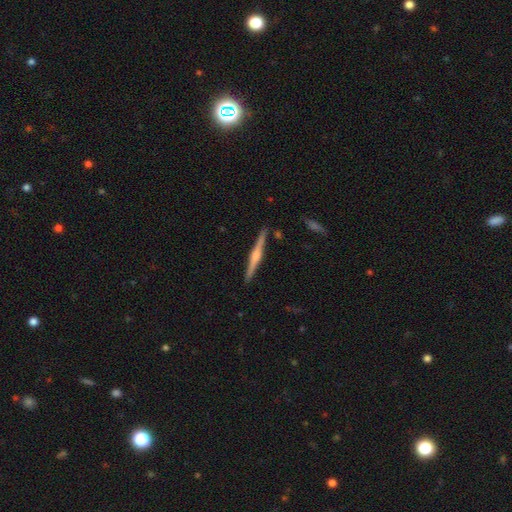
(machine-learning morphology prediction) This appears to be a featured or disk galaxy (80%) viewed edge-on (98%) with a rounded central bulge (81%). Merging: none (91%).